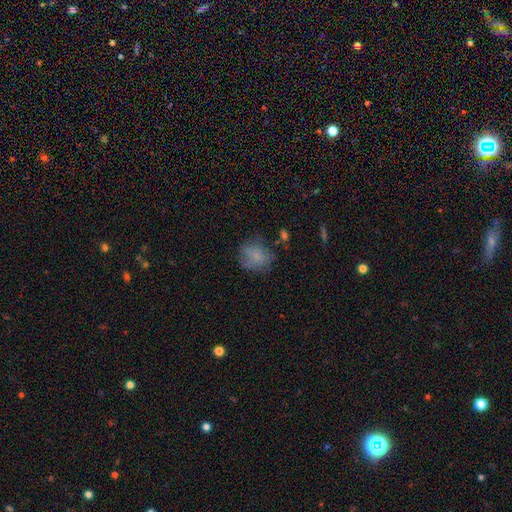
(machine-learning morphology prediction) type=smooth (75%); roundness=round (68%); merging=none (61%).